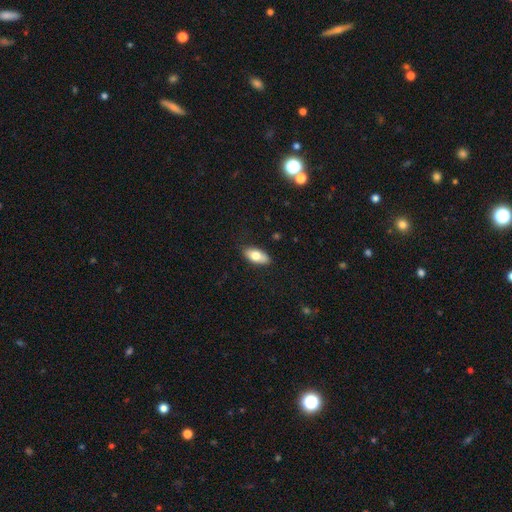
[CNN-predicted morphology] This appears to be a smooth galaxy with no disk features (75%) that is in between round and cigar-shaped (88%). Merging: none (85%).